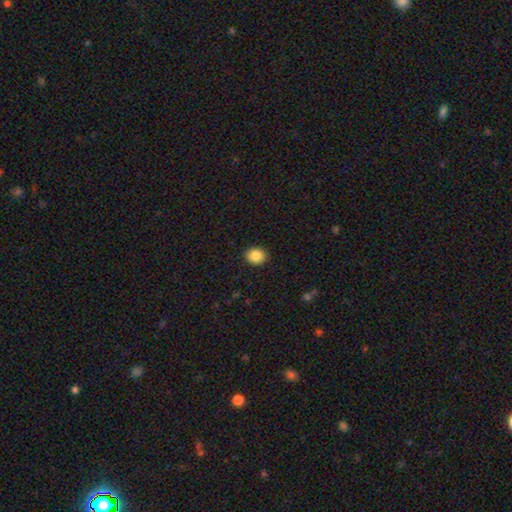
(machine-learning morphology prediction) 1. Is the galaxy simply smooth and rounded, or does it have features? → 87% smooth, 9% star or artifact, 4% featured or disk.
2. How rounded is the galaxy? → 63% round, 36% in between, 1% cigar-shaped.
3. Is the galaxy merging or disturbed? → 90% none, 7% minor disturbance, 2% major disturbance, 1% merger.